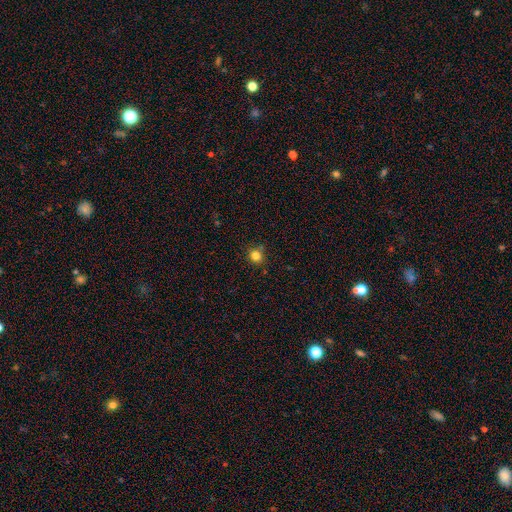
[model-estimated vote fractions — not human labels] Morphology: type=smooth (82%); roundness=round (89%); merging=none (86%).